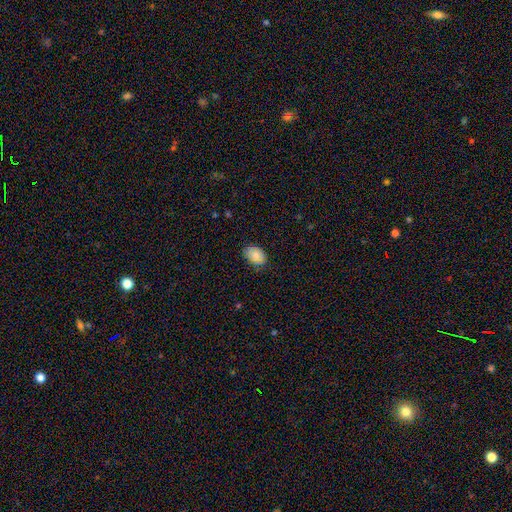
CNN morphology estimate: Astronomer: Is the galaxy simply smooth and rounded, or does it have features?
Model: smooth — 80%.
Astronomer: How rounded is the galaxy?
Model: in between — 83%.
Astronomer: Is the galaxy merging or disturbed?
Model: none — 78%.